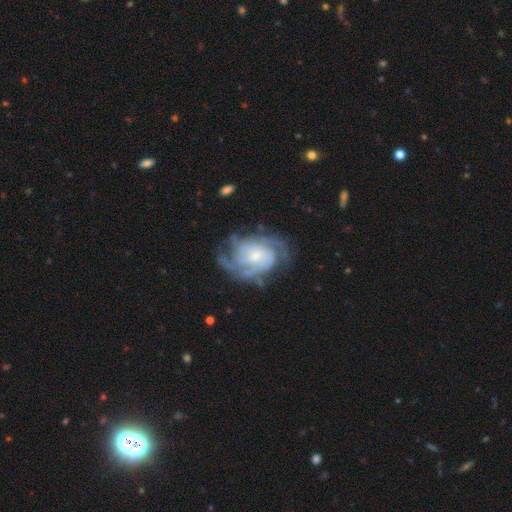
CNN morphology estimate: smooth_or_featured: featured or disk (p=0.88) [alt: smooth p=0.07]
disk_edge_on: no (p=0.97) [alt: yes p=0.03]
bar: no (p=0.58) [alt: weak p=0.34]
has_spiral_arms: yes (p=0.97) [alt: no p=0.03]
spiral_winding: tight (p=0.60) [alt: medium p=0.33]
spiral_arm_count: 3 (p=0.27) [alt: 2 p=0.26]
bulge_size: small (p=0.55) [alt: moderate p=0.34]
merging: none (p=0.71) [alt: minor disturbance p=0.18]